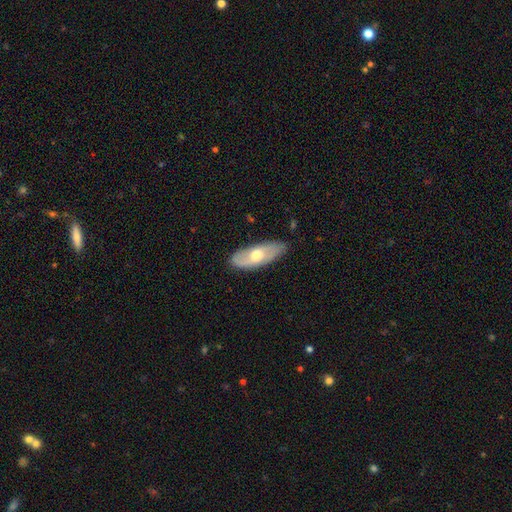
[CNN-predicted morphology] A smooth galaxy with no disk features (49%). Merging: none (78%).